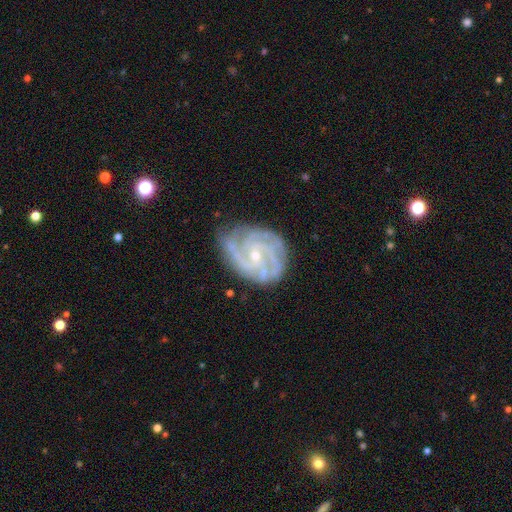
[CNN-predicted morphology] A featured or disk galaxy (90%) with no bar (58%), 3 (35%) tight (62%) spiral arms (98%) and a small central bulge (69%). Merging: none (74%).